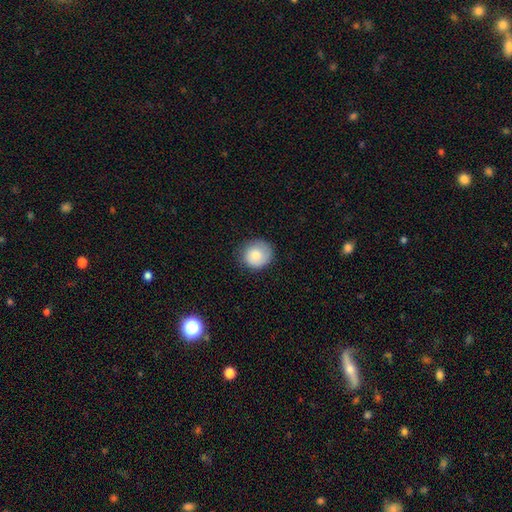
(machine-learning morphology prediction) Overall: smooth (75%). How rounded: round (85%). Merging: none (78%).